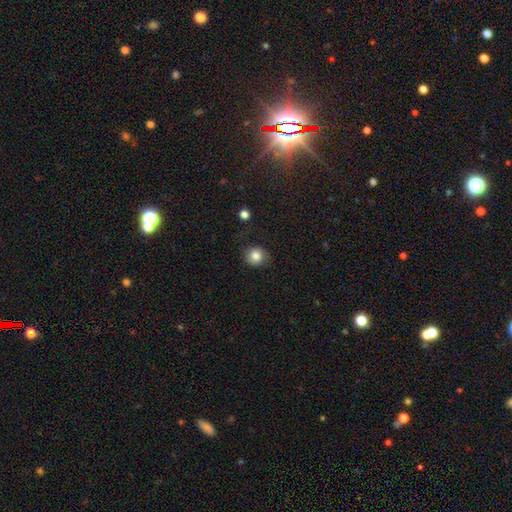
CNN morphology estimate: Smooth or featured: smooth — 82% (star or artifact — 10%)
How rounded: round — 83% (in between — 16%)
Merging: none — 76% (minor disturbance — 17%)